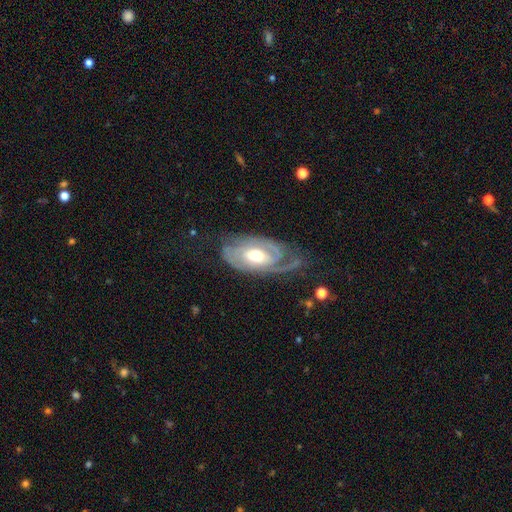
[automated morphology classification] A featured or disk galaxy (85%) with no bar (56%), 2 (50%) tight (57%) spiral arms (93%) and a moderate central bulge (66%).

Vote fractions:
- Smooth or featured? featured or disk: 85% / smooth: 10% / star or artifact: 4%
- Edge-on disk? no: 94% / yes: 6%
- Bar? no: 56% / weak: 33% / strong: 11%
- Spiral arms? yes: 93% / no: 7%
- Spiral winding? tight: 57% / medium: 33% / loose: 10%
- Spiral arm count? 2: 50% / can't tell: 19% / 1: 16% / 3: 9% / 4: 3% / more than 4: 3%
- Bulge size? moderate: 66% / large: 23% / small: 8% / dominant: 2% / none: 1%
- Merging? none: 59% / minor disturbance: 23% / major disturbance: 15% / merger: 2%